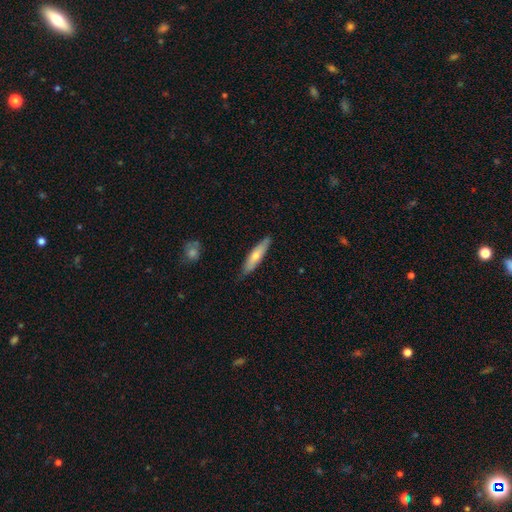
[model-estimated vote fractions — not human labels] Smooth or featured? Predicted: smooth (p=0.63). How rounded? Predicted: cigar-shaped (p=0.77). Merging? Predicted: none (p=0.82).